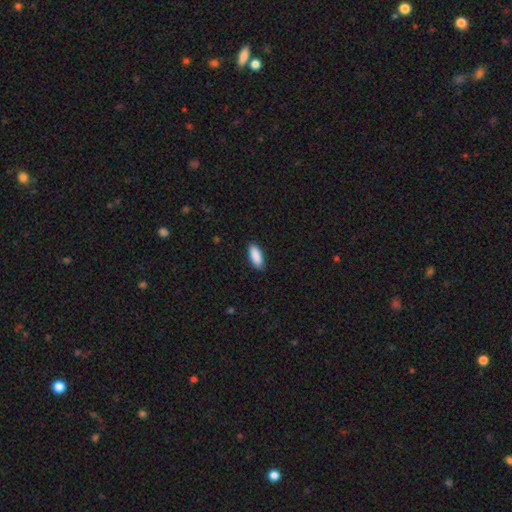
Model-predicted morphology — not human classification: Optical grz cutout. It shows a smooth galaxy with no disk features (90%) that is in between round and cigar-shaped (83%). Merging: none (87%).